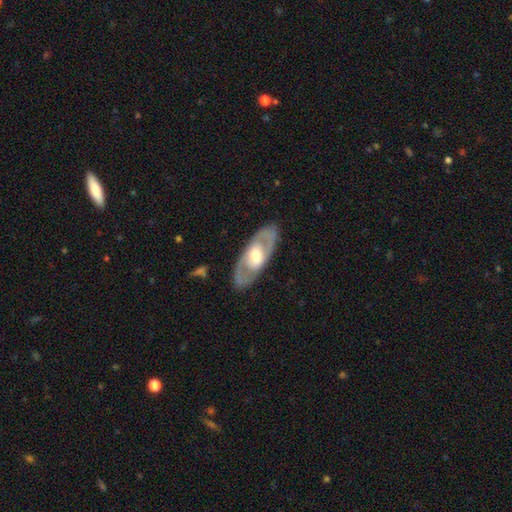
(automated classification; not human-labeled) Morphology: type=featured or disk (70%); edge-on=no (85%); bar=no (57%); spiral arms=no (52%); bulge=moderate (64%); merging=none (84%).